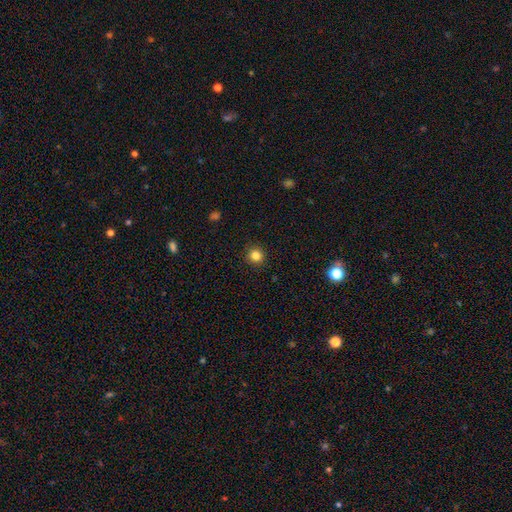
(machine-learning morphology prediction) This is clearly a smooth galaxy (83%). How rounded: clearly round (94%). Merging: clearly none (92%).